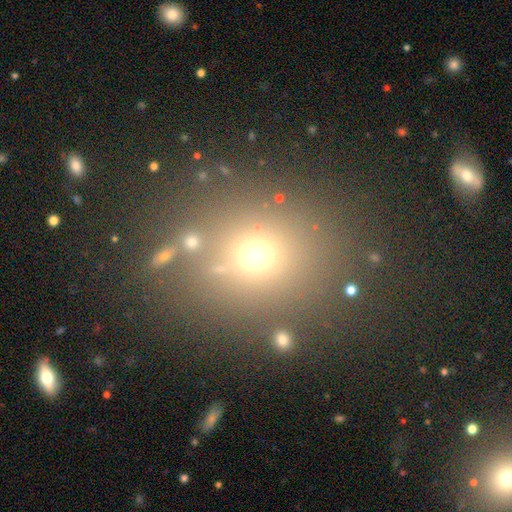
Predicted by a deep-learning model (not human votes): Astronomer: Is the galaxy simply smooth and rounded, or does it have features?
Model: smooth — 61%.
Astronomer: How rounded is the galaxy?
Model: round — 71%.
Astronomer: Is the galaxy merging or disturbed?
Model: none — 79%.